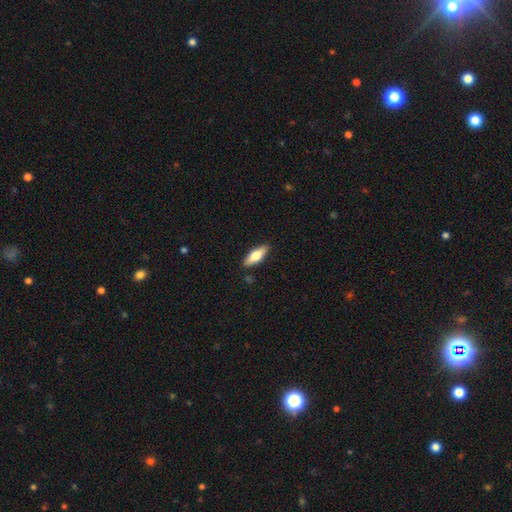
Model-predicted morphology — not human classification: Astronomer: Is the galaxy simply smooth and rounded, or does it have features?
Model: smooth — 58% (runner-up: featured or disk, 37%).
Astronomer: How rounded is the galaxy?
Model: in between — 55% (runner-up: cigar-shaped, 42%).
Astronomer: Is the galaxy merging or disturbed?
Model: none — 88%.